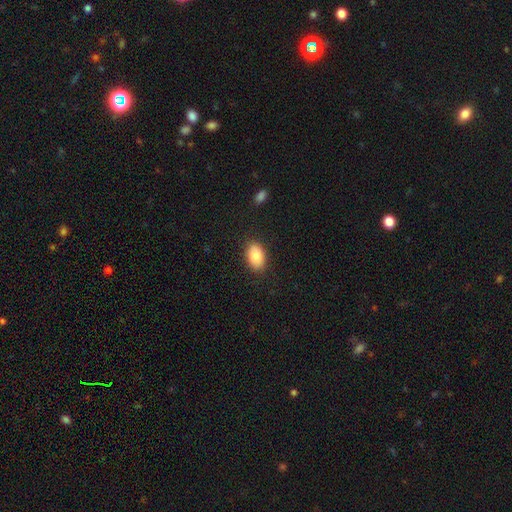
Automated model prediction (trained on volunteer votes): Smooth or featured? smooth (85%)
How rounded? in between (90%)
Merging? none (87%)